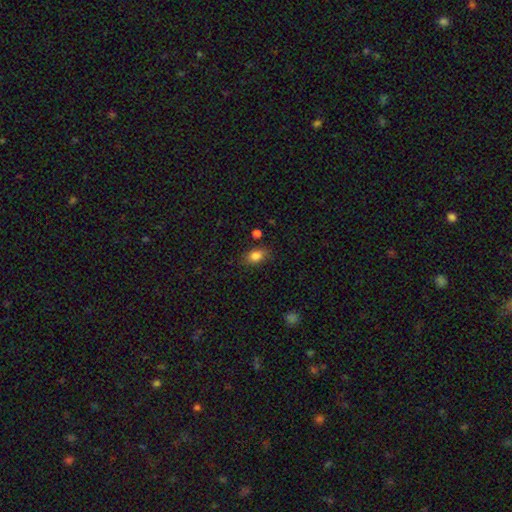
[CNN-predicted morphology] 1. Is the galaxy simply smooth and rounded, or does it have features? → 84% smooth, 10% star or artifact, 7% featured or disk.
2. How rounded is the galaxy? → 80% in between, 18% round, 2% cigar-shaped.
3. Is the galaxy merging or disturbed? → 79% none, 15% minor disturbance, 4% major disturbance, 3% merger.